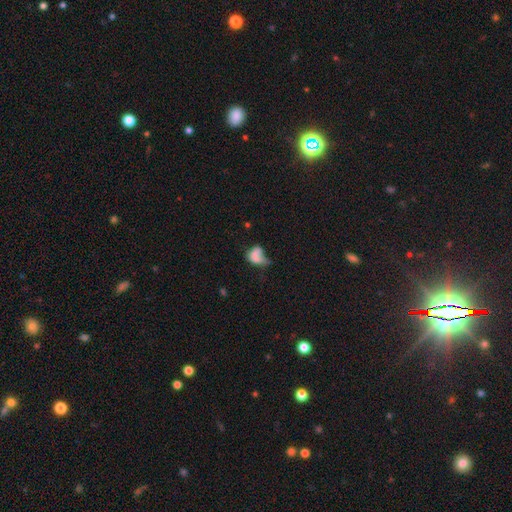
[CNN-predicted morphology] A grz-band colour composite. It shows a smooth galaxy with no disk features (62%) that is in between round and cigar-shaped (77%). Merging: major disturbance (44%).